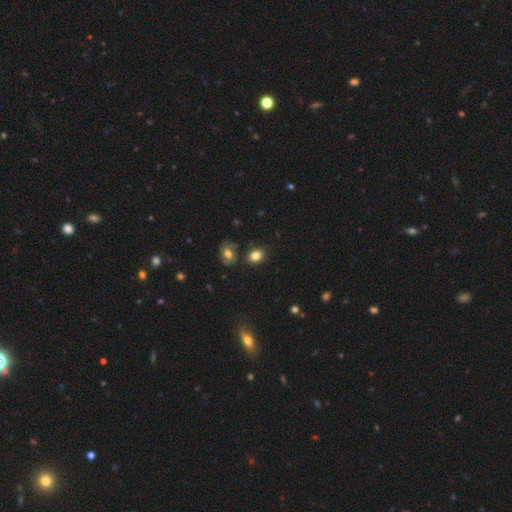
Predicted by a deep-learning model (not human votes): Smooth or featured? Predicted: smooth (p=0.81). How rounded? Predicted: in between (p=0.53). Merging? Predicted: none (p=0.77).